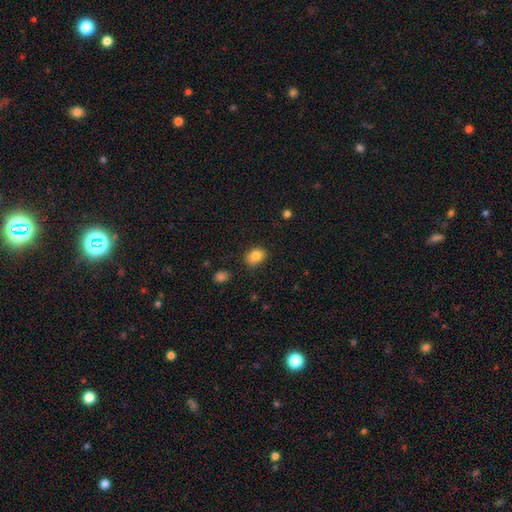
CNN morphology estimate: smooth_or_featured: smooth (p=0.83) [alt: star or artifact p=0.10]
how_rounded: in between (p=0.57) [alt: round p=0.42]
merging: none (p=0.77) [alt: minor disturbance p=0.17]